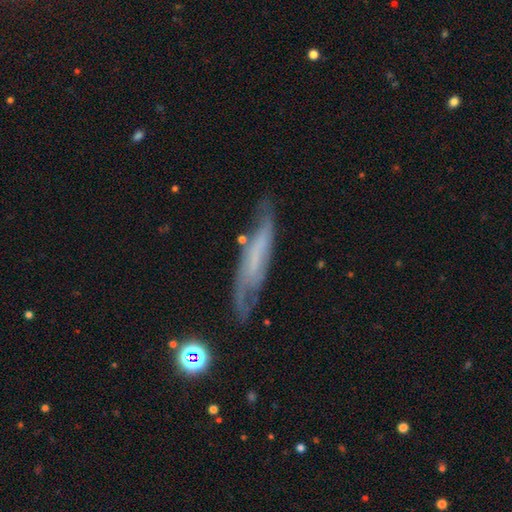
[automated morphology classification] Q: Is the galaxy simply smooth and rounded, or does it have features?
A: featured or disk — 62%.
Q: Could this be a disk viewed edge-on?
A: no — 57%.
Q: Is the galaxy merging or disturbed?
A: none — 61%.